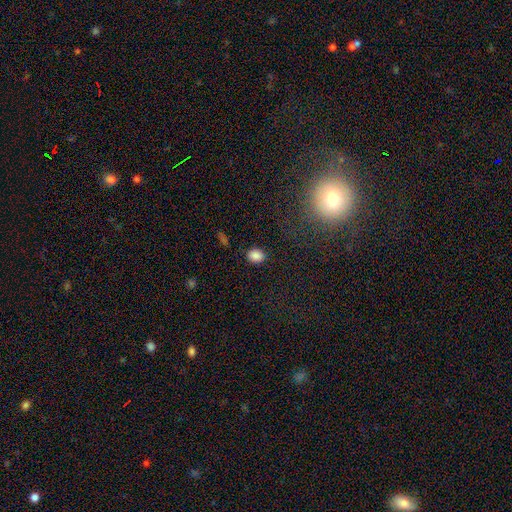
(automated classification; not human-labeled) Overall: smooth (85%). How rounded: in between (61%; round 38%). Merging: none (85%).